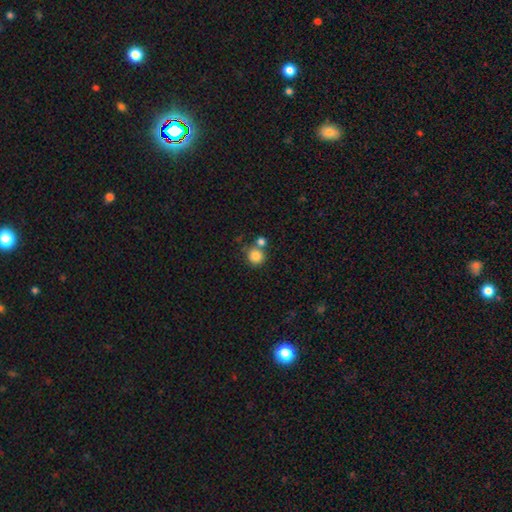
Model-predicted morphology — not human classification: Smooth or featured?
  - smooth: 84% *
  - star or artifact: 10%
  - featured or disk: 6%
How rounded?
  - round: 91% *
  - in between: 8%
  - cigar-shaped: 1%
Merging?
  - none: 63% *
  - merger: 25%
  - minor disturbance: 9%
  - major disturbance: 3%